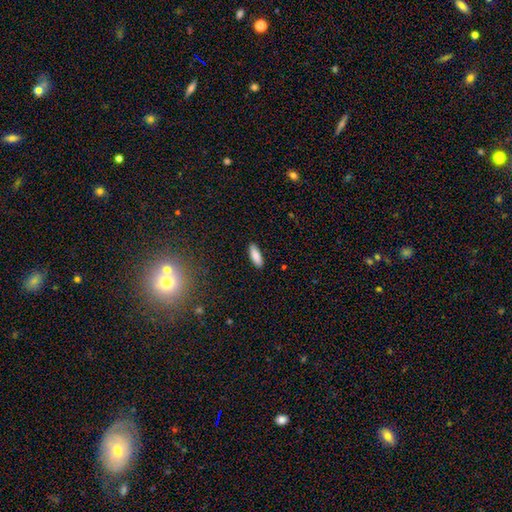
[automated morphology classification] Smooth or featured? Predicted: smooth (p=0.87). How rounded? Predicted: in between (p=0.66). Merging? Predicted: none (p=0.89).